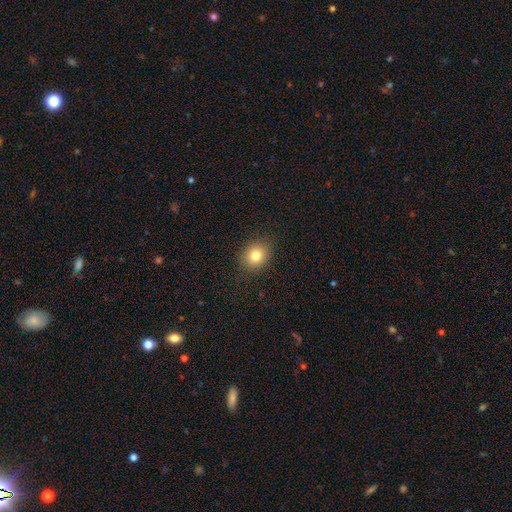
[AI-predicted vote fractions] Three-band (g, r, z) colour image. It shows a smooth galaxy with no disk features (80%) that is round (62%). Merging: none (88%).